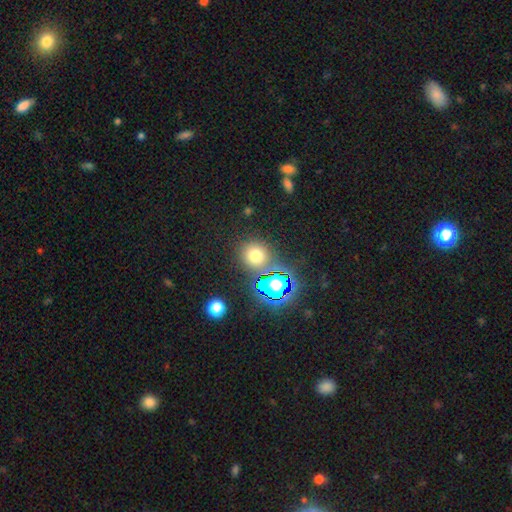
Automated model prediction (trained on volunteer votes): Smooth or featured? smooth (66%)
How rounded? round (83%)
Merging? none (80%)